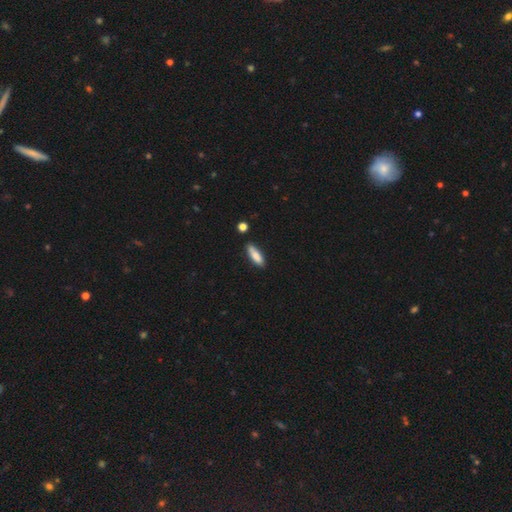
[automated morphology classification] Overall: smooth (81%). How rounded: cigar-shaped (54%; in between 44%). Merging: none (79%).